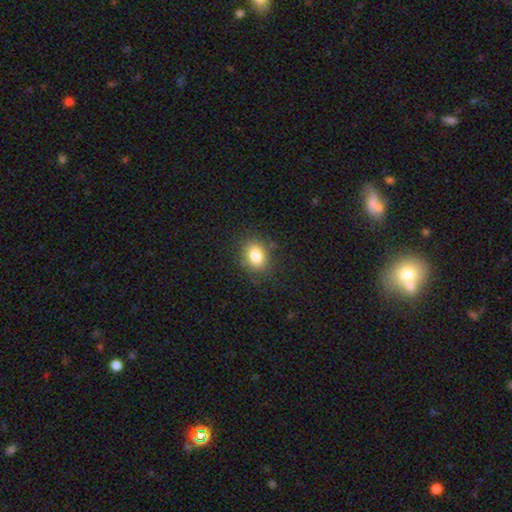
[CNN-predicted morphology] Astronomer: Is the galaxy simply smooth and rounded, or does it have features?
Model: smooth — 82%.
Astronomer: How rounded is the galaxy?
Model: in between — 61% (runner-up: round, 38%).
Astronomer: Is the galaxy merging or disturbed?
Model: none — 83%.